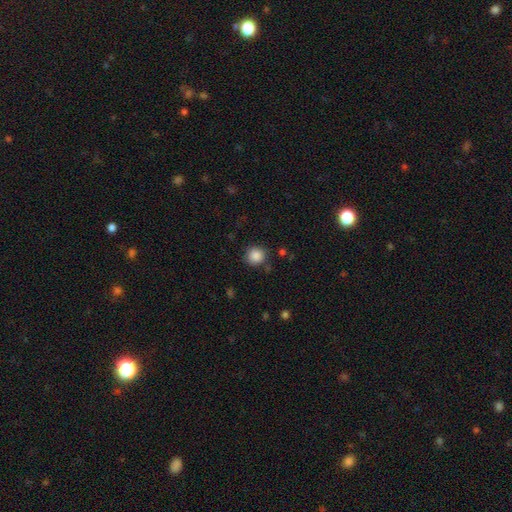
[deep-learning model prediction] Smooth or featured: smooth — 87% (star or artifact — 10%)
How rounded: round — 90% (in between — 9%)
Merging: none — 83% (minor disturbance — 11%)